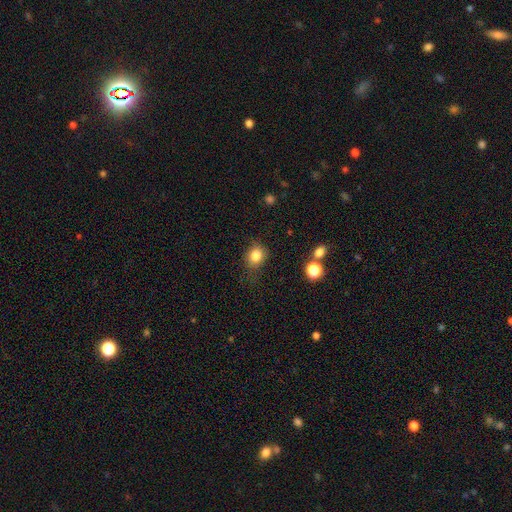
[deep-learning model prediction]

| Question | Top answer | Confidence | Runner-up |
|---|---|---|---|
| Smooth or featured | smooth | 83% | star or artifact (11%) |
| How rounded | round | 66% | in between (33%) |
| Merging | none | 70% | minor disturbance (21%) |